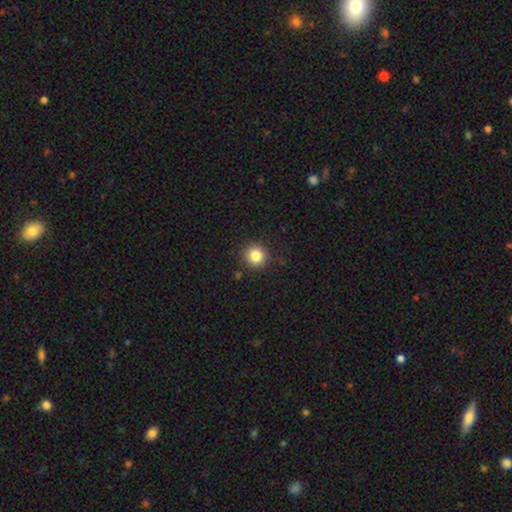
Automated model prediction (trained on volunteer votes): This is clearly a smooth galaxy (84%). How rounded: clearly round (91%). Merging: clearly none (88%).